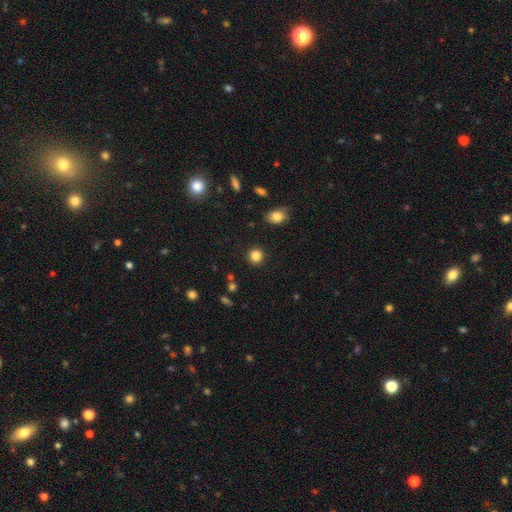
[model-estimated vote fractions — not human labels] Smooth or featured?
  - smooth: 85% *
  - star or artifact: 11%
  - featured or disk: 4%
How rounded?
  - round: 90% *
  - in between: 9%
  - cigar-shaped: 1%
Merging?
  - none: 91% *
  - minor disturbance: 5%
  - major disturbance: 2%
  - merger: 2%